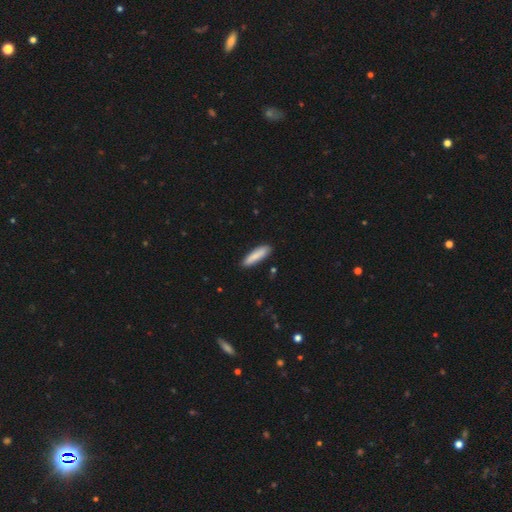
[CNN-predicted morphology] smooth-or-featured: smooth: 86% | featured or disk: 8% | star or artifact: 6%
  how-rounded: cigar-shaped: 74% | in between: 25% | round: 1%
  merging: none: 86% | minor disturbance: 11% | major disturbance: 2% | merger: 1%